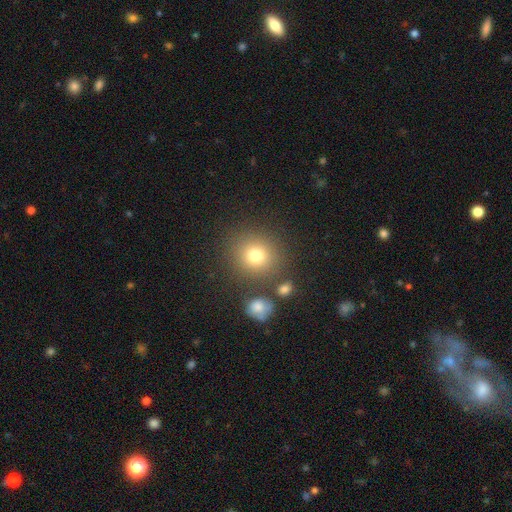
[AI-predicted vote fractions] Smooth or featured? Predicted: smooth (p=0.77). How rounded? Predicted: round (p=0.87). Merging? Predicted: none (p=0.80).